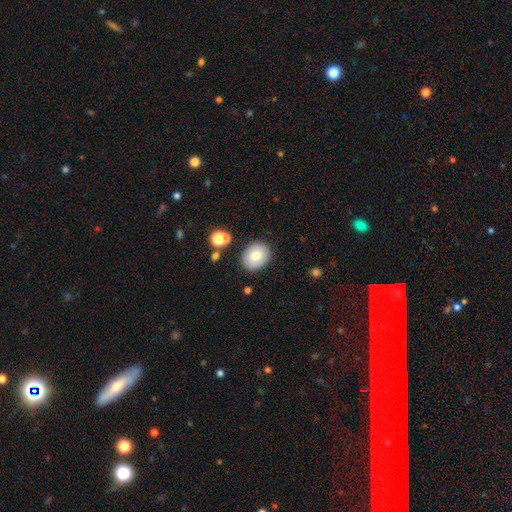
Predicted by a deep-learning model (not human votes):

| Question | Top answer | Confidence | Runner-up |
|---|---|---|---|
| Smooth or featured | smooth | 68% | featured or disk (23%) |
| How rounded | round | 56% | in between (43%) |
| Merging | none | 84% | minor disturbance (10%) |